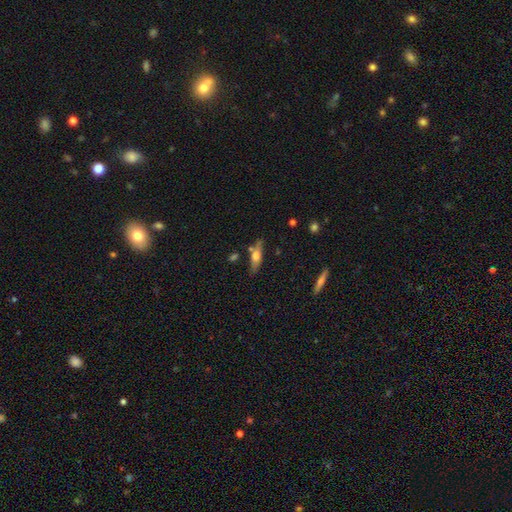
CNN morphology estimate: Smooth or featured: smooth — 50% (featured or disk — 43%)
How rounded: cigar-shaped — 55% (in between — 42%)
Merging: none — 71% (minor disturbance — 16%)